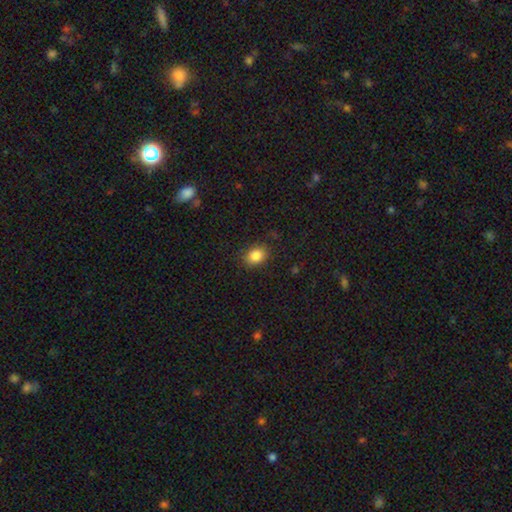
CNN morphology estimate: smooth_or_featured: smooth (p=0.86) [alt: star or artifact p=0.09]
how_rounded: in between (p=0.60) [alt: round p=0.39]
merging: none (p=0.85) [alt: minor disturbance p=0.10]